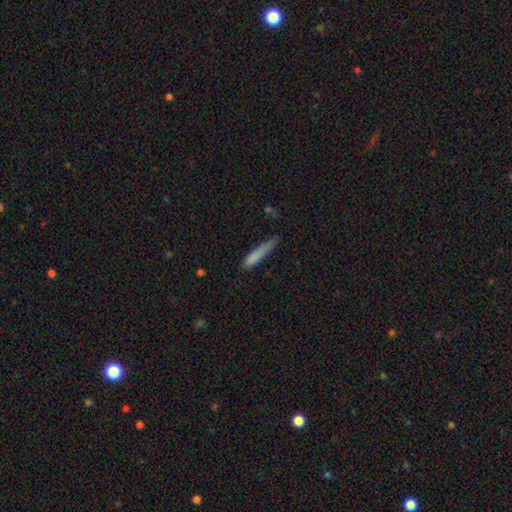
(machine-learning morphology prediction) Smooth or featured? smooth (79%)
How rounded? cigar-shaped (92%)
Merging? none (64%)